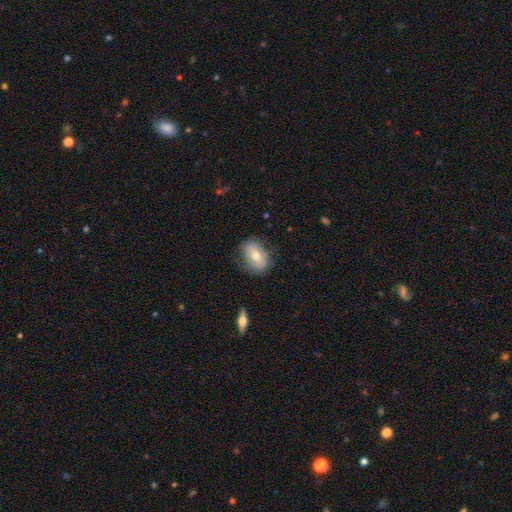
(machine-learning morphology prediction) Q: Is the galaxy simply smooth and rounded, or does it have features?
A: smooth — 63%.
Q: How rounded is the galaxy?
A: in between — 79%.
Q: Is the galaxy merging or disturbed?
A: none — 75%.